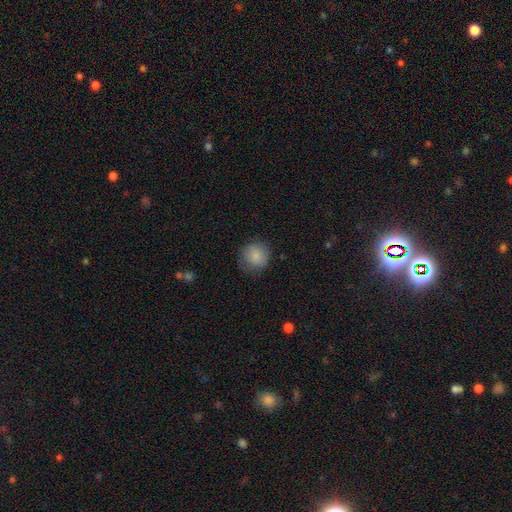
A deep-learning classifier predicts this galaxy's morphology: smooth 86%, star or artifact 8%, featured or disk 6%. Down the decision tree: how rounded — round (90%); merging — none (79%).